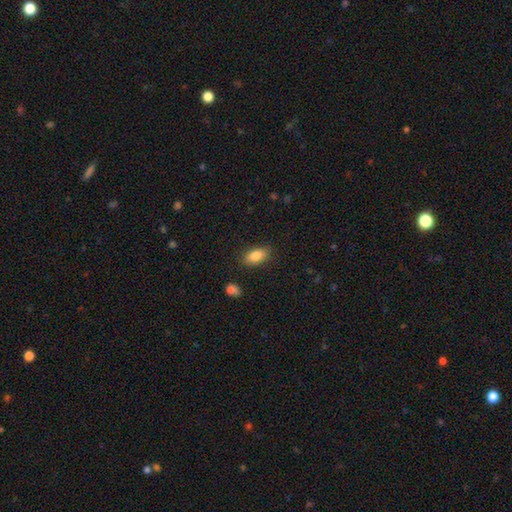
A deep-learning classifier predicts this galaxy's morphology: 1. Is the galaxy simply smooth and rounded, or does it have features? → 86% smooth, 7% star or artifact, 7% featured or disk.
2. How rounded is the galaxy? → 90% in between, 6% cigar-shaped, 5% round.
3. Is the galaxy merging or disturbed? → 84% none, 11% minor disturbance, 3% major disturbance, 2% merger.